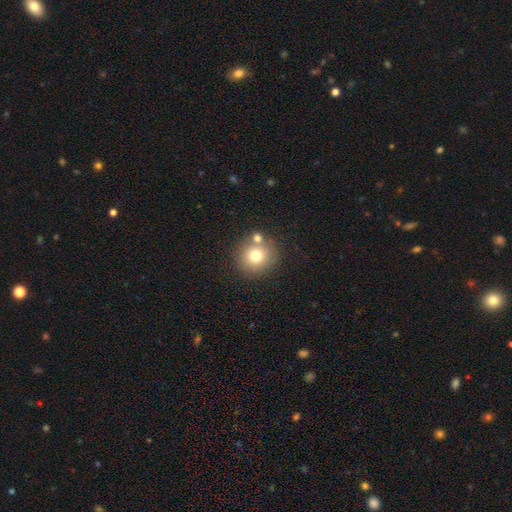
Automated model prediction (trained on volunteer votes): Smooth or featured: smooth — 74% (featured or disk — 13%)
How rounded: round — 90% (in between — 9%)
Merging: none — 71% (merger — 16%)